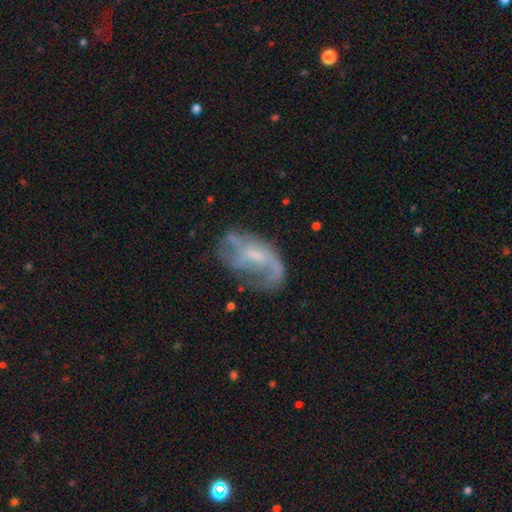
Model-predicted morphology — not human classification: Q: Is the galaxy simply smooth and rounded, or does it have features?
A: featured or disk — 68%.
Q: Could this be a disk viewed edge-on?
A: no — 96%.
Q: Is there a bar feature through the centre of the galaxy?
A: no — 52%.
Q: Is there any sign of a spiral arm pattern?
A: yes — 70%.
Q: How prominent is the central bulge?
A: small — 52%.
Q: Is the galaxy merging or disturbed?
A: none — 43%.